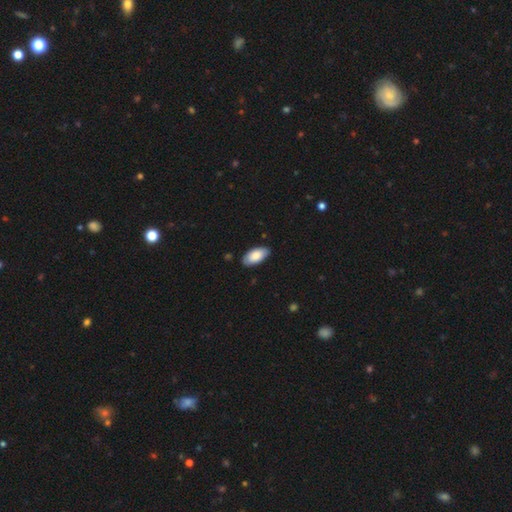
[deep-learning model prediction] smooth 83%, featured or disk 11%, star or artifact 6%. Down the decision tree: how rounded — in between (94%); merging — none (85%).